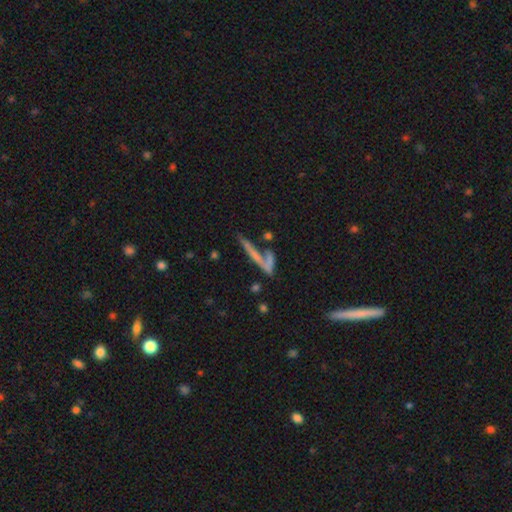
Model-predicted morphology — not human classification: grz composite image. It shows a featured or disk galaxy (44%). Merging: none (41%).